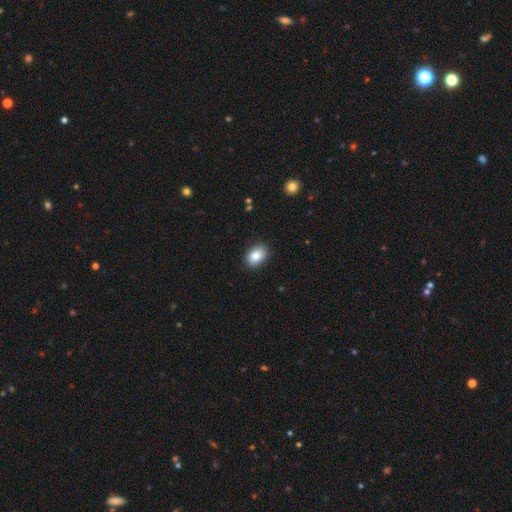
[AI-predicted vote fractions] Q: Smooth or featured?
A: smooth (86%); runner-up: star or artifact (8%)
Q: How rounded?
A: in between (81%); runner-up: round (18%)
Q: Merging?
A: none (87%); runner-up: minor disturbance (10%)